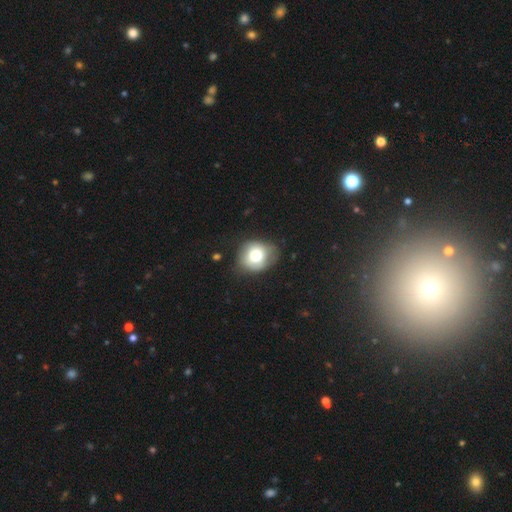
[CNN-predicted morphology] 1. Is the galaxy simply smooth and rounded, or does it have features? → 70% smooth, 21% featured or disk, 9% star or artifact.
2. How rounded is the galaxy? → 66% round, 33% in between, 1% cigar-shaped.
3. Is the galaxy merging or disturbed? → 61% none, 28% minor disturbance, 9% major disturbance, 2% merger.